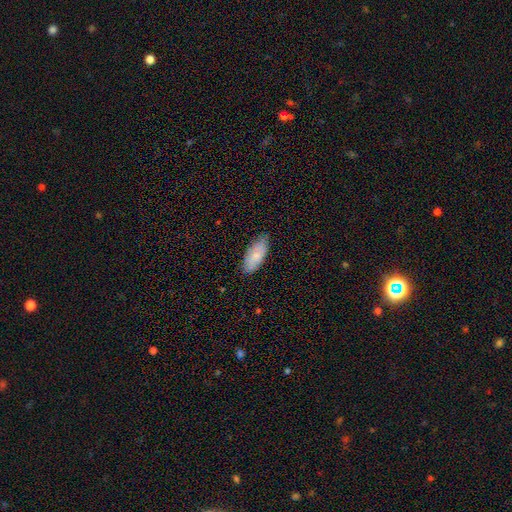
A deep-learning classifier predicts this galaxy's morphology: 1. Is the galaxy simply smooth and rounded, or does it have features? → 78% smooth, 16% featured or disk, 6% star or artifact.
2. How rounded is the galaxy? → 84% in between, 14% cigar-shaped, 2% round.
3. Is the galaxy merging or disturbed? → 82% none, 15% minor disturbance, 2% major disturbance, 1% merger.